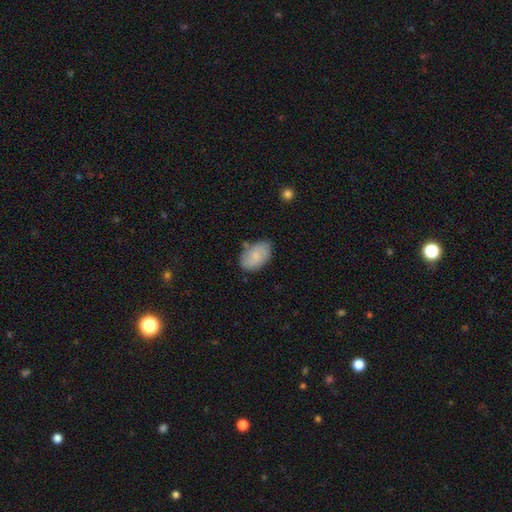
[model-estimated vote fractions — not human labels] Smooth or featured? smooth (77%)
How rounded? in between (92%)
Merging? none (72%)